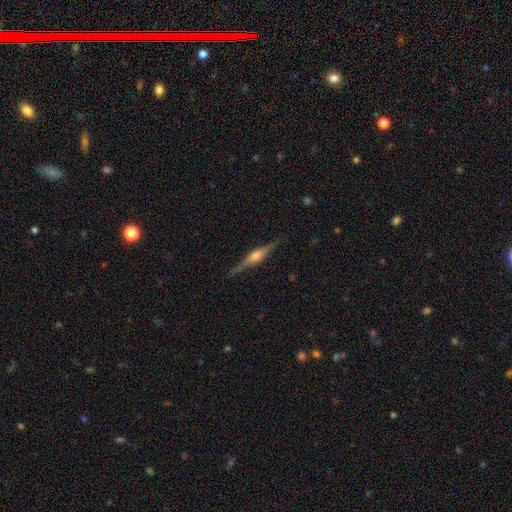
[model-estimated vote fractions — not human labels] Overall: featured or disk (82%). Edge-on disk: yes (98%). Edge-on bulge: rounded (87%). Merging: none (89%).